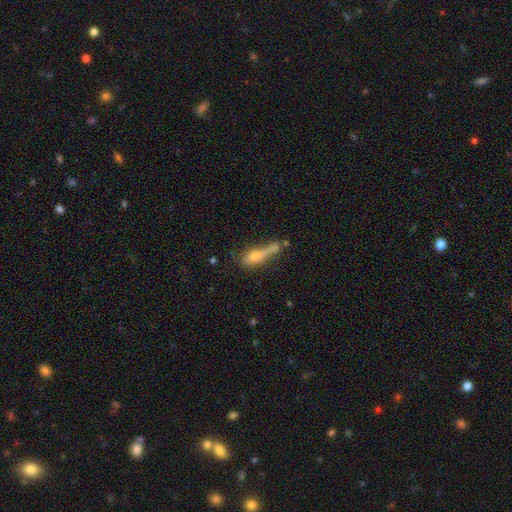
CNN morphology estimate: A smooth galaxy with no disk features (57%) that is cigar-shaped (66%).

Vote fractions:
- Smooth or featured? smooth: 57% / featured or disk: 31% / star or artifact: 12%
- How rounded? cigar-shaped: 66% / in between: 29% / round: 4%
- Merging? merger: 30% / none: 28% / major disturbance: 22% / minor disturbance: 21%